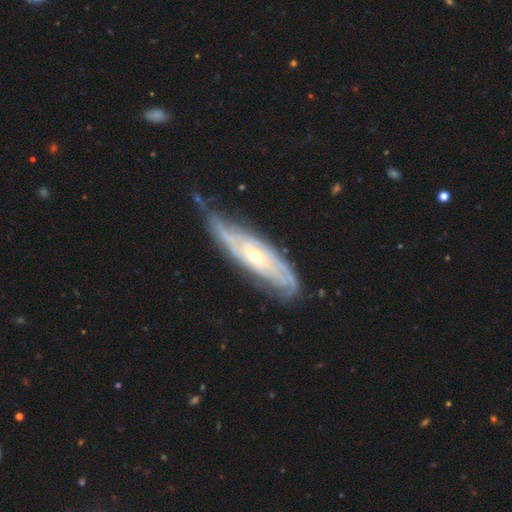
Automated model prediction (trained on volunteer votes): featured or disk 85%, smooth 10%, star or artifact 5%. Down the decision tree: edge-on disk — no (82%); bar — no (73%); spiral arms — yes (94%); spiral arm count — can't tell (45%); spiral winding — tight (67%); bulge size — small (55%); merging — none (66%).